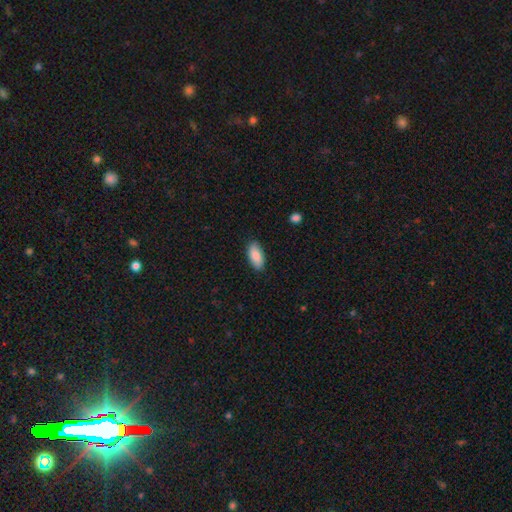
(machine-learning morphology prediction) type=smooth (87%); roundness=in between (89%); merging=none (87%).